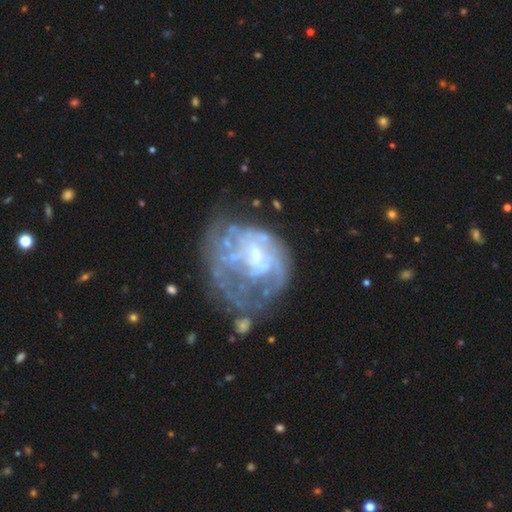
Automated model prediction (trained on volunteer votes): Smooth or featured?
  - featured or disk: 76% *
  - smooth: 15%
  - star or artifact: 9%
Edge-on disk?
  - no: 98% *
  - yes: 2%
Bar?
  - no: 60% *
  - weak: 33%
  - strong: 7%
Spiral arms?
  - yes: 54% *
  - no: 46%
Bulge size?
  - small: 45% *
  - moderate: 30%
  - none: 20%
  - large: 3%
  - dominant: 1%
Merging?
  - none: 36% *
  - major disturbance: 35%
  - minor disturbance: 21%
  - merger: 8%